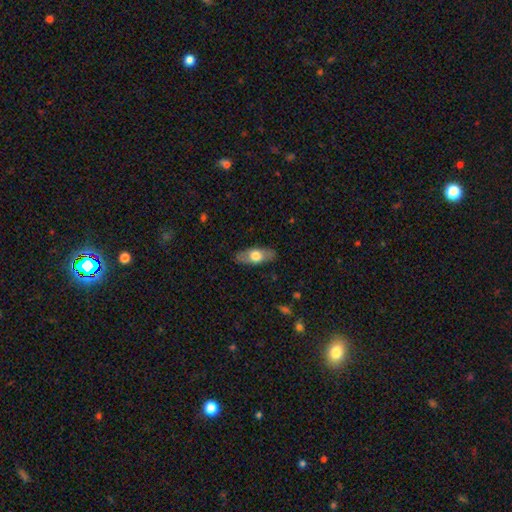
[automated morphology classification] type=smooth (60%); roundness=in between (76%); merging=none (84%).